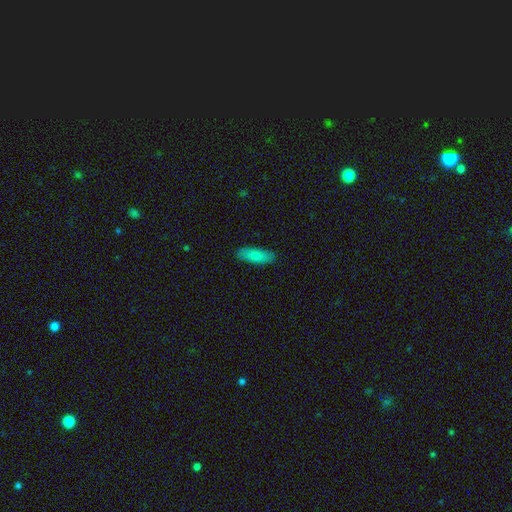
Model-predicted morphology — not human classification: A smooth galaxy with no disk features (82%) that is in between round and cigar-shaped (63%).

Vote fractions:
- Smooth or featured? smooth: 82% / featured or disk: 12% / star or artifact: 6%
- How rounded? in between: 63% / cigar-shaped: 35% / round: 2%
- Merging? none: 88% / minor disturbance: 9% / major disturbance: 2% / merger: 1%